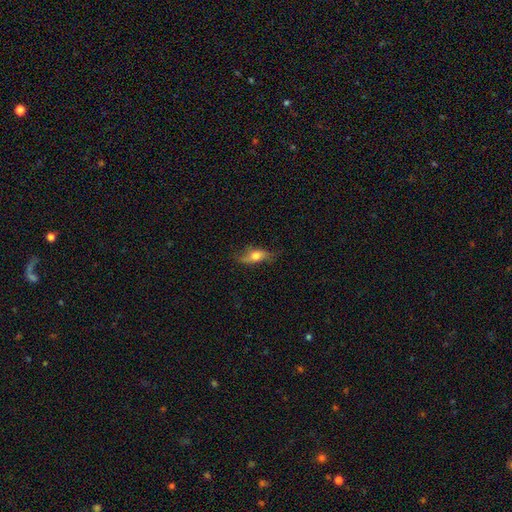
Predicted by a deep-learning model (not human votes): smooth 54%, featured or disk 37%, star or artifact 8%. Down the decision tree: how rounded — in between (69%); merging — none (65%).